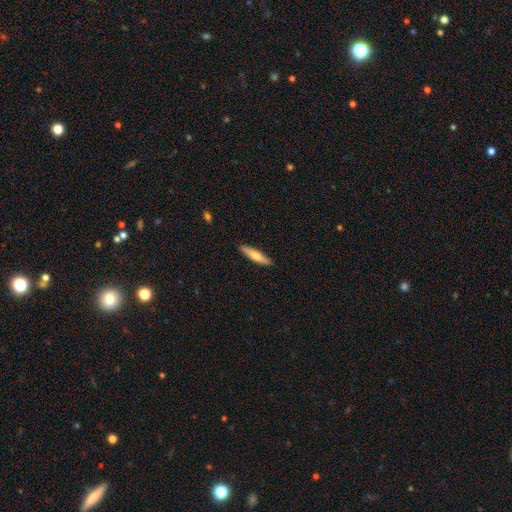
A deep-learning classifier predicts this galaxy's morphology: smooth-or-featured: smooth: 65% | featured or disk: 29% | star or artifact: 5%
  how-rounded: cigar-shaped: 80% | in between: 18% | round: 2%
  merging: none: 90% | minor disturbance: 8% | major disturbance: 2% | merger: 1%